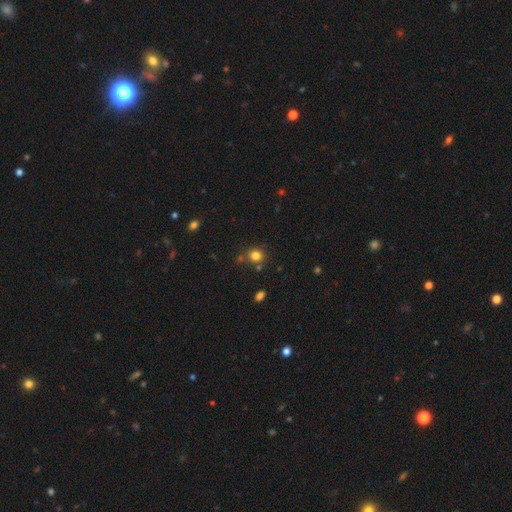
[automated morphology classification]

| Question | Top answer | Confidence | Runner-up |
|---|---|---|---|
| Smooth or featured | smooth | 80% | star or artifact (14%) |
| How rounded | round | 84% | in between (15%) |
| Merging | none | 75% | minor disturbance (11%) |